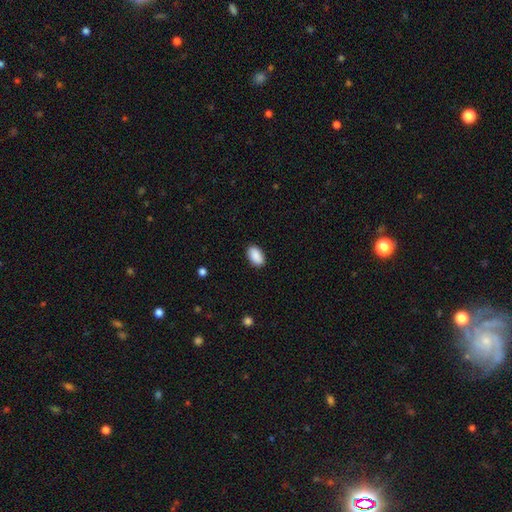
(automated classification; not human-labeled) smooth-or-featured: smooth: 90% | star or artifact: 7% | featured or disk: 3%
  how-rounded: in between: 94% | round: 5% | cigar-shaped: 2%
  merging: none: 89% | minor disturbance: 8% | major disturbance: 2% | merger: 1%